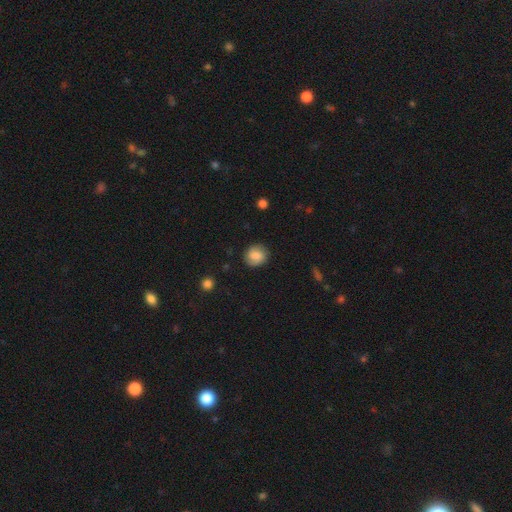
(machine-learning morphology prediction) This is likely a smooth galaxy (74%). How rounded: likely round (79%). Merging: clearly none (83%).